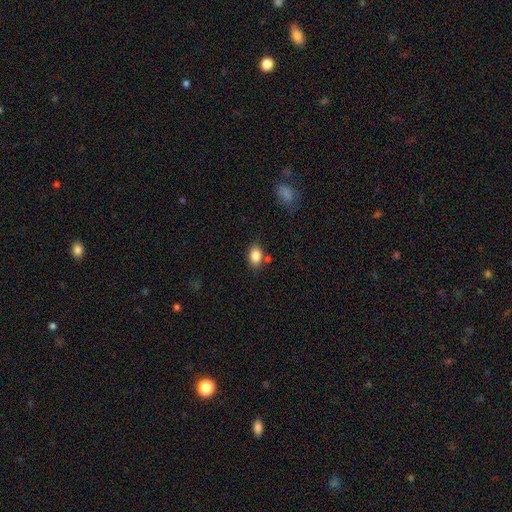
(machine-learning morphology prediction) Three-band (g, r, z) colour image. It shows a smooth galaxy with no disk features (85%) that is in between round and cigar-shaped (83%). Merging: none (74%).